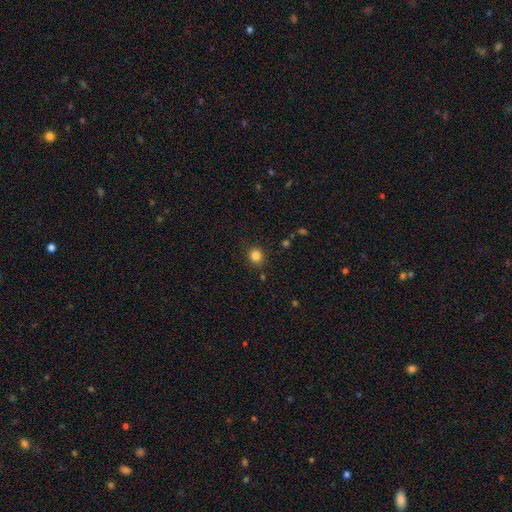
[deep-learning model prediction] smooth 84%, star or artifact 12%, featured or disk 4%. Down the decision tree: how rounded — round (84%); merging — none (87%).